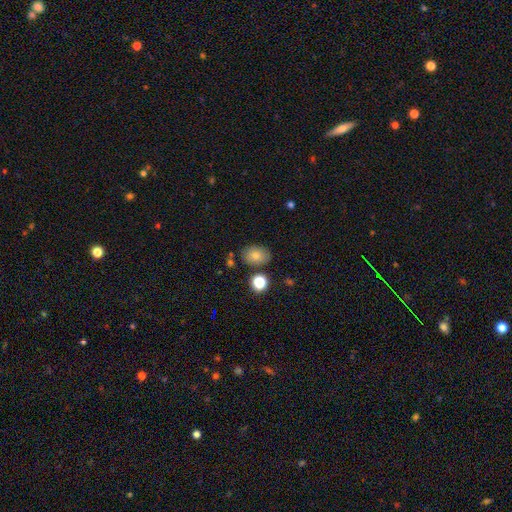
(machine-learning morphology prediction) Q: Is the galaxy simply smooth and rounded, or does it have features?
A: smooth — 76%.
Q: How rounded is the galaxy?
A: in between — 73%.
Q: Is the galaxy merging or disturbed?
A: none — 76%.